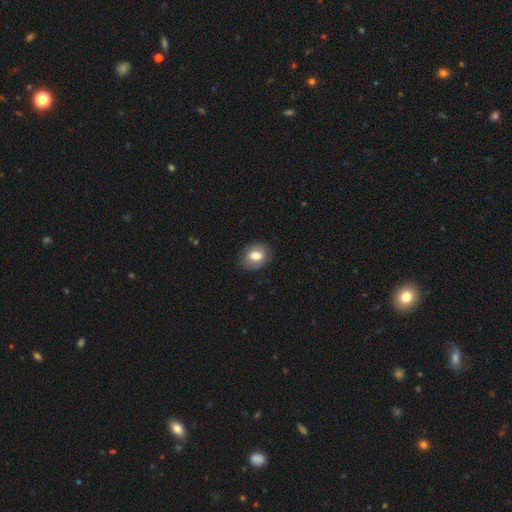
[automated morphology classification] type=smooth (74%); roundness=in between (58%); merging=none (85%).